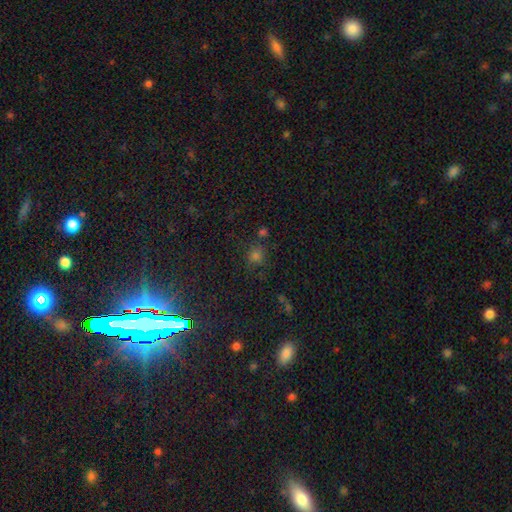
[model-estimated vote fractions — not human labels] The model was most divided on "smooth or featured": smooth: 60%, star or artifact: 33%, featured or disk: 7%. More confident: how rounded — round (87%); merging — none (74%).